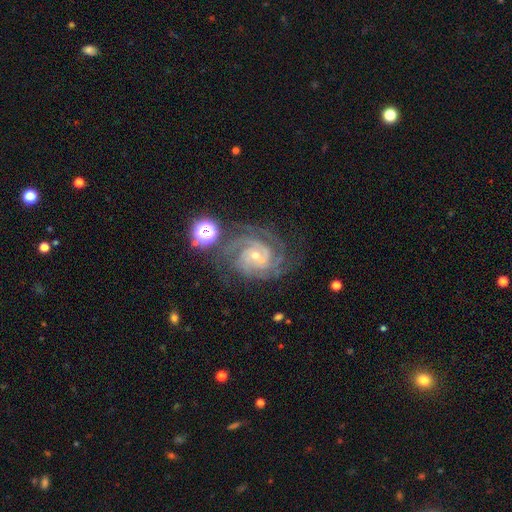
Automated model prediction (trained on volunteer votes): Smooth or featured?
  - featured or disk: 88% *
  - star or artifact: 7%
  - smooth: 4%
Edge-on disk?
  - no: 97% *
  - yes: 3%
Bar?
  - no: 64% *
  - weak: 27%
  - strong: 9%
Spiral arms?
  - yes: 98% *
  - no: 2%
Spiral winding?
  - tight: 70% *
  - medium: 26%
  - loose: 4%
Spiral arm count?
  - 3: 30% *
  - 4: 22%
  - 2: 19%
  - can't tell: 17%
  - more than 4: 7%
  - 1: 6%
Bulge size?
  - small: 72% *
  - moderate: 24%
  - none: 2%
  - large: 1%
  - dominant: 1%
Merging?
  - none: 71% *
  - minor disturbance: 17%
  - major disturbance: 9%
  - merger: 3%